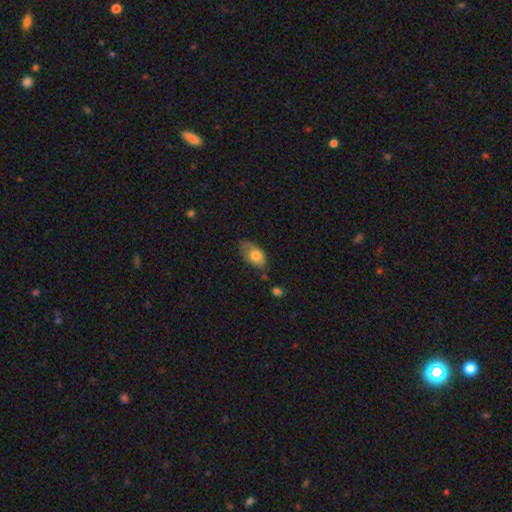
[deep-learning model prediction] smooth 75%, featured or disk 17%, star or artifact 7%. Down the decision tree: how rounded — in between (87%); merging — none (46%).